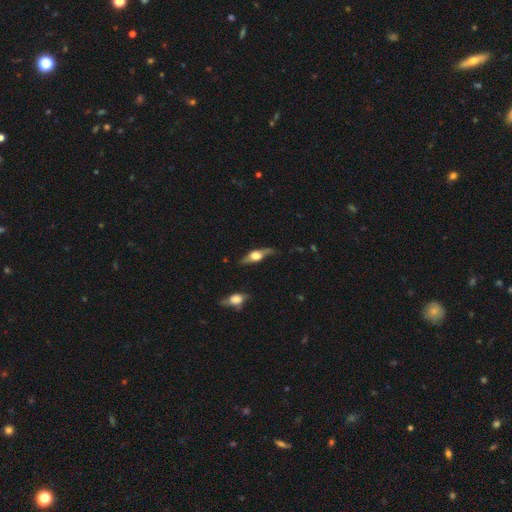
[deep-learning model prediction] A featured or disk galaxy (64%) viewed edge-on (82%) with a rounded central bulge (91%).

Vote fractions:
- Smooth or featured? featured or disk: 64% / smooth: 28% / star or artifact: 8%
- Edge-on disk? yes: 82% / no: 18%
- Edge-on bulge? rounded: 91% / boxy: 7% / none: 2%
- Merging? none: 59% / minor disturbance: 24% / major disturbance: 13% / merger: 4%